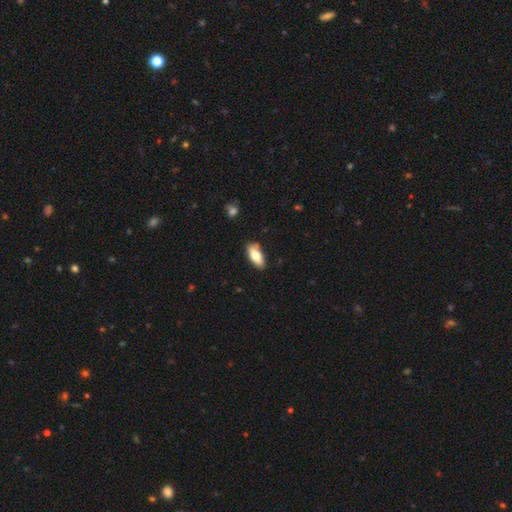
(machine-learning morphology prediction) A smooth galaxy with no disk features (75%) that is in between round and cigar-shaped (80%). Merging: none (82%).